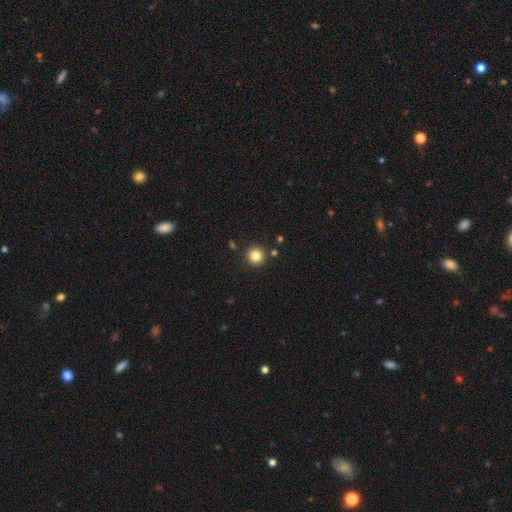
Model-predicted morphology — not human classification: Smooth or featured? smooth (83%)
How rounded? round (94%)
Merging? none (89%)